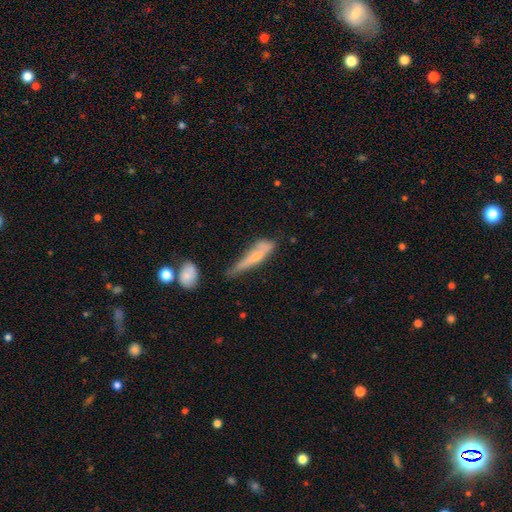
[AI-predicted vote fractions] This appears to be a smooth galaxy with no disk features (56%) that is cigar-shaped (79%). Merging: minor disturbance (36%).